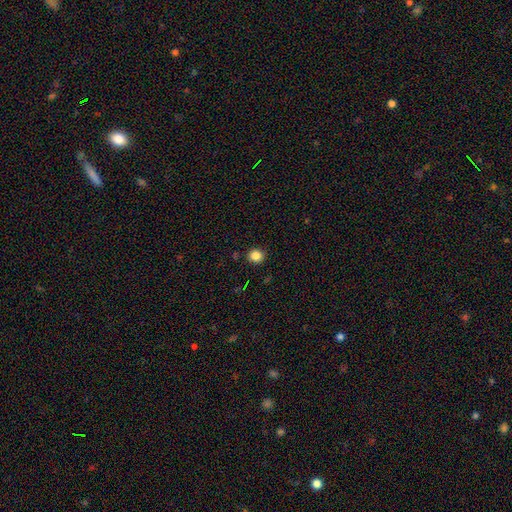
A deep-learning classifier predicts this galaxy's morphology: A smooth galaxy with no disk features (85%) that is round (87%).

Vote fractions:
- Smooth or featured? smooth: 85% / star or artifact: 12% / featured or disk: 4%
- How rounded? round: 87% / in between: 12% / cigar-shaped: 1%
- Merging? none: 90% / minor disturbance: 6% / major disturbance: 2% / merger: 2%